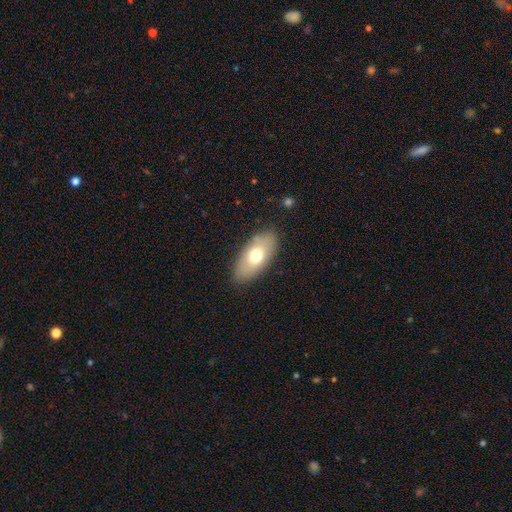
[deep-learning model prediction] smooth_or_featured: smooth (p=0.68) [alt: featured or disk p=0.26]
how_rounded: in between (p=0.90) [alt: cigar-shaped p=0.06]
merging: none (p=0.84) [alt: minor disturbance p=0.11]